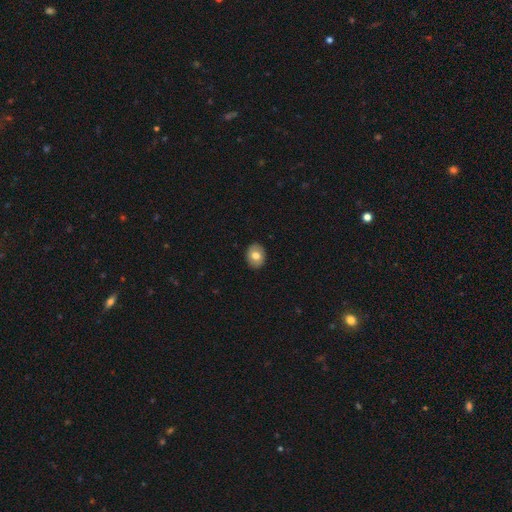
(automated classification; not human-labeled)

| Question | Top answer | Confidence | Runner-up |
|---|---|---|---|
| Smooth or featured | smooth | 74% | featured or disk (18%) |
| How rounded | round | 50% | in between (49%) |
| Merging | none | 90% | minor disturbance (7%) |